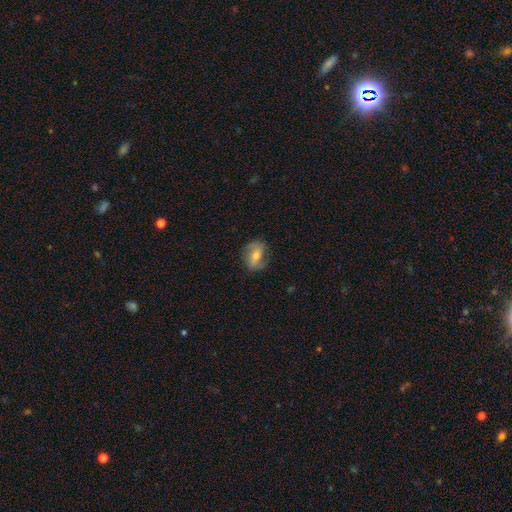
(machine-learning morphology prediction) Q: Smooth or featured?
A: featured or disk (48%); runner-up: smooth (44%)
Q: Merging?
A: none (74%); runner-up: minor disturbance (18%)